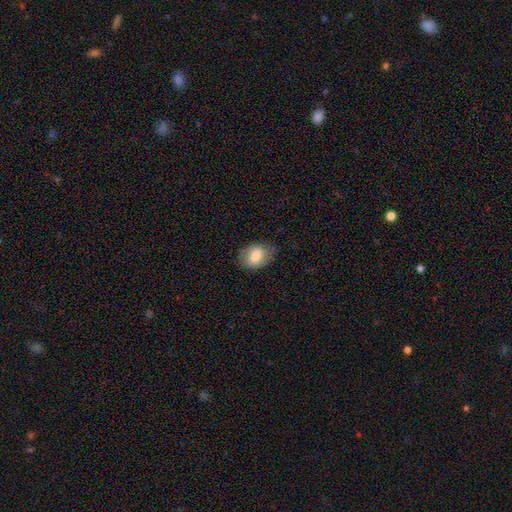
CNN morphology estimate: The model was most divided on "how rounded": in between: 70%, round: 29%, cigar-shaped: 1%. More confident: merging — none (78%); smooth or featured — smooth (75%).